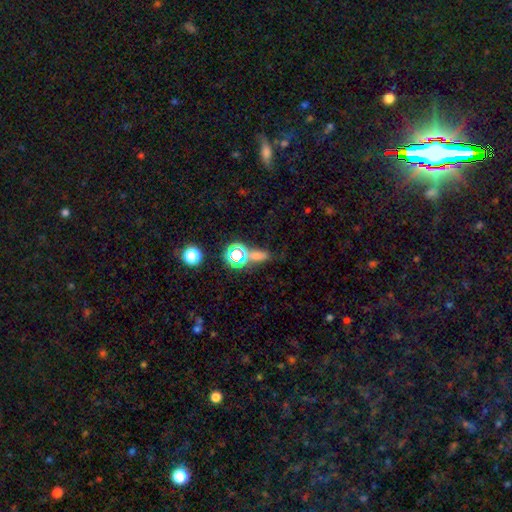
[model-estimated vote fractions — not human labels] smooth-or-featured: smooth: 49% | star or artifact: 40% | featured or disk: 10%
  merging: none: 58% | merger: 19% | minor disturbance: 14% | major disturbance: 9%